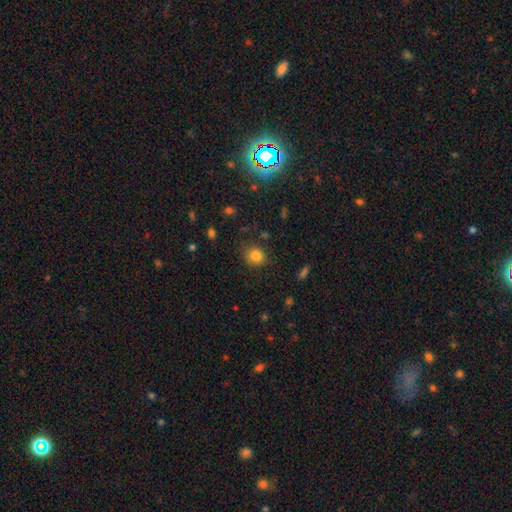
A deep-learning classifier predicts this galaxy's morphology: smooth_or_featured: smooth (p=0.82) [alt: star or artifact p=0.12]
how_rounded: round (p=0.78) [alt: in between p=0.21]
merging: none (p=0.83) [alt: minor disturbance p=0.12]